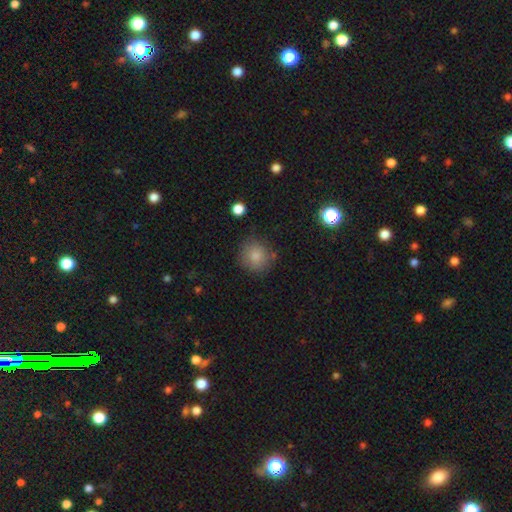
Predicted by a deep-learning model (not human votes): Smooth or featured? smooth (82%)
How rounded? round (90%)
Merging? none (78%)